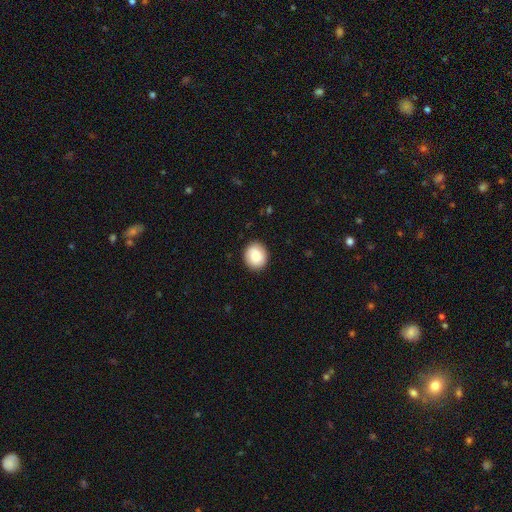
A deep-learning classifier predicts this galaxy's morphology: This is clearly a smooth galaxy (83%). How rounded: likely round (78%). Merging: clearly none (89%).